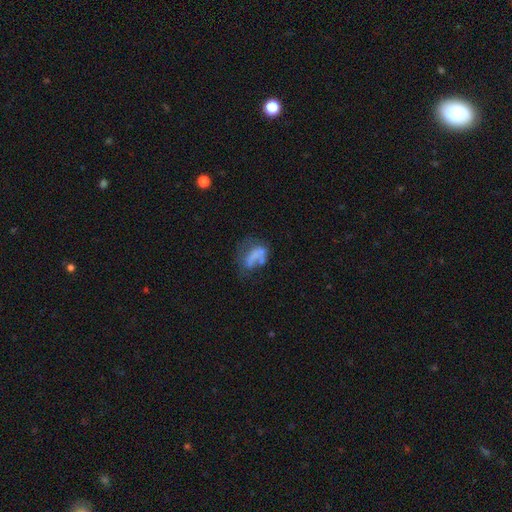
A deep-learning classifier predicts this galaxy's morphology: Smooth or featured? Predicted: smooth (p=0.49). Merging? Predicted: major disturbance (p=0.37).